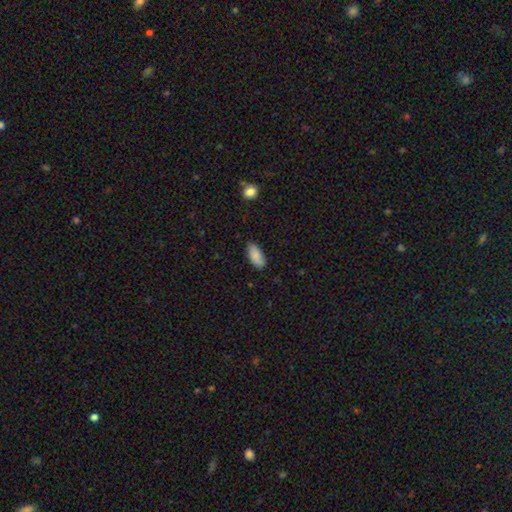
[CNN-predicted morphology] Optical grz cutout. It shows a smooth galaxy with no disk features (85%) that is in between round and cigar-shaped (90%). Merging: none (81%).